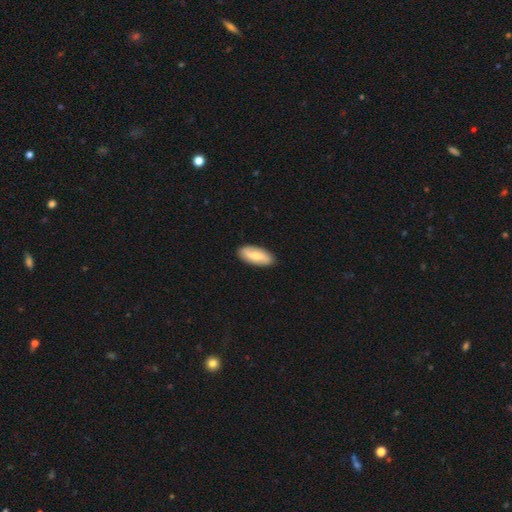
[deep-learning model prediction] A smooth galaxy with no disk features (54%) that is in between round and cigar-shaped (82%).

Vote fractions:
- Smooth or featured? smooth: 54% / featured or disk: 41% / star or artifact: 5%
- How rounded? in between: 82% / cigar-shaped: 16% / round: 2%
- Merging? none: 88% / minor disturbance: 9% / major disturbance: 2% / merger: 1%